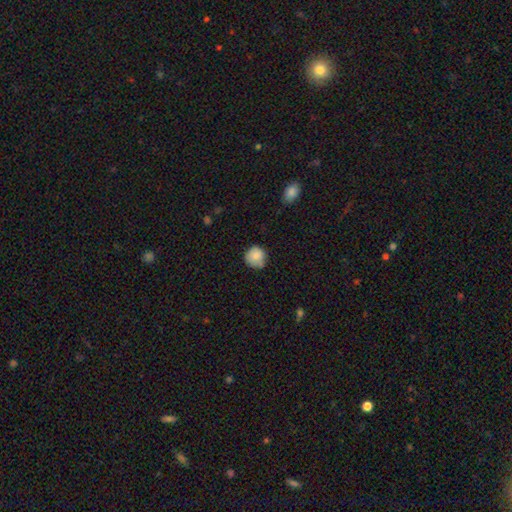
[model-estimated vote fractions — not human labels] smooth-or-featured: smooth: 84% | star or artifact: 8% | featured or disk: 8%
  how-rounded: round: 90% | in between: 9% | cigar-shaped: 1%
  merging: none: 68% | minor disturbance: 24% | major disturbance: 4% | merger: 3%